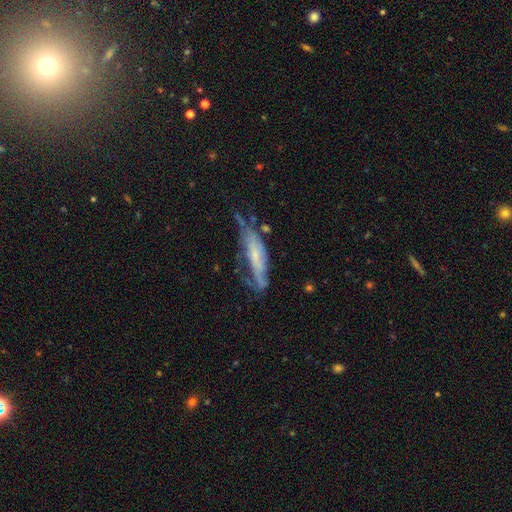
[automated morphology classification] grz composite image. It shows a featured or disk galaxy (58%). Merging: none (40%).